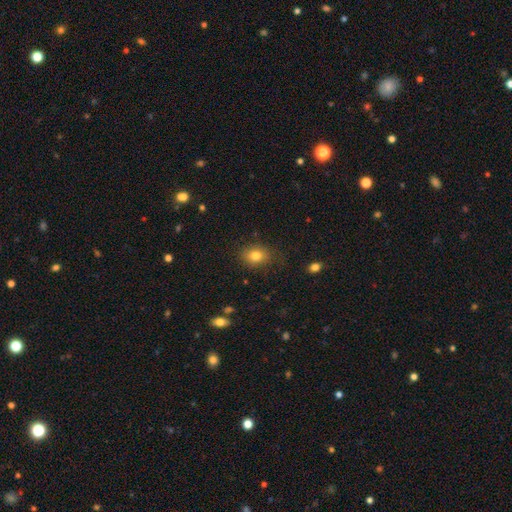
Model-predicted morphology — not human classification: A smooth galaxy with no disk features (80%) that is in between round and cigar-shaped (54%). Merging: none (79%).